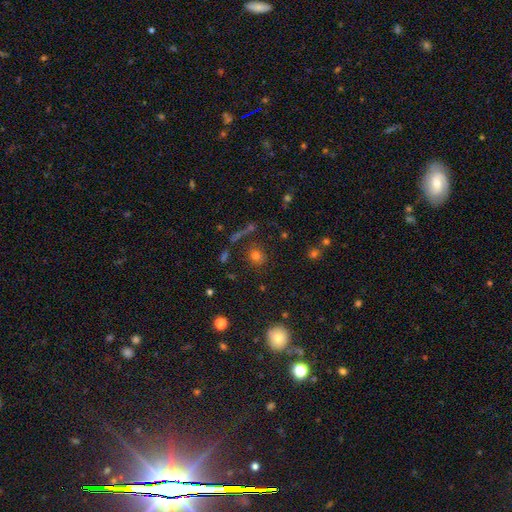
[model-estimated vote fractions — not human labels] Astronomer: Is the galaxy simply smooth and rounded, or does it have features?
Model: smooth — 73%.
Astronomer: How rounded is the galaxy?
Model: round — 75%.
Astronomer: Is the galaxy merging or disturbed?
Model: none — 80%.